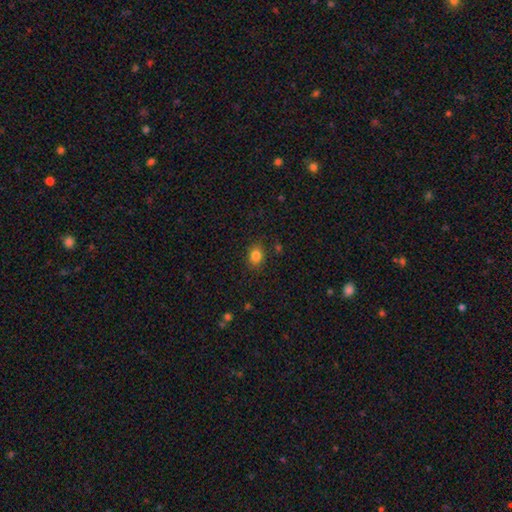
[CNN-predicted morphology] This appears to be a smooth galaxy with no disk features (84%) that is round (53%). Merging: none (85%).